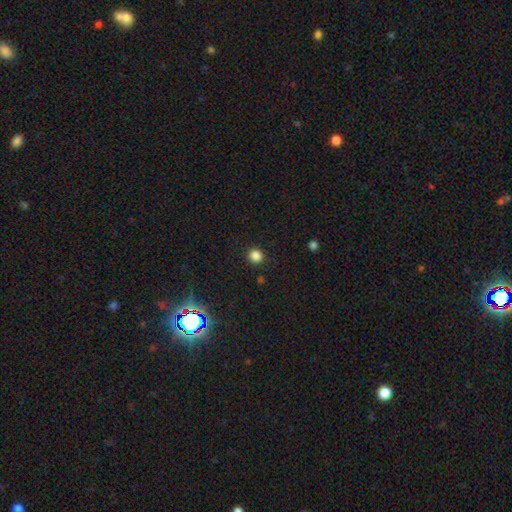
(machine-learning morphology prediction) smooth-or-featured: smooth: 83% | star or artifact: 14% | featured or disk: 3%
  how-rounded: round: 92% | in between: 7% | cigar-shaped: 1%
  merging: none: 91% | minor disturbance: 6% | major disturbance: 2% | merger: 1%